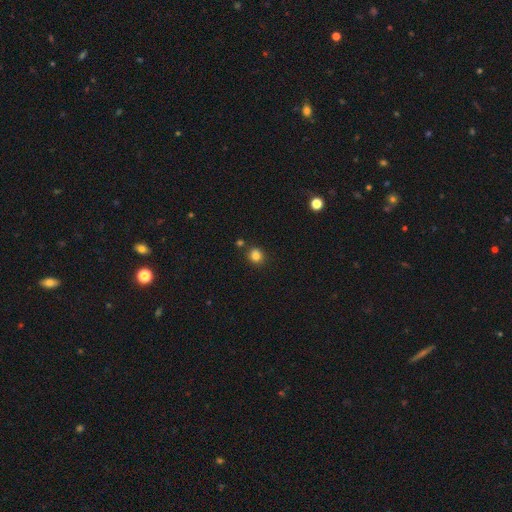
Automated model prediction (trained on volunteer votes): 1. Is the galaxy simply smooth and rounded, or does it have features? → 83% smooth, 12% star or artifact, 5% featured or disk.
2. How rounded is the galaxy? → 80% round, 19% in between, 1% cigar-shaped.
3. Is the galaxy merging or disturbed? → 81% none, 10% minor disturbance, 7% merger, 3% major disturbance.